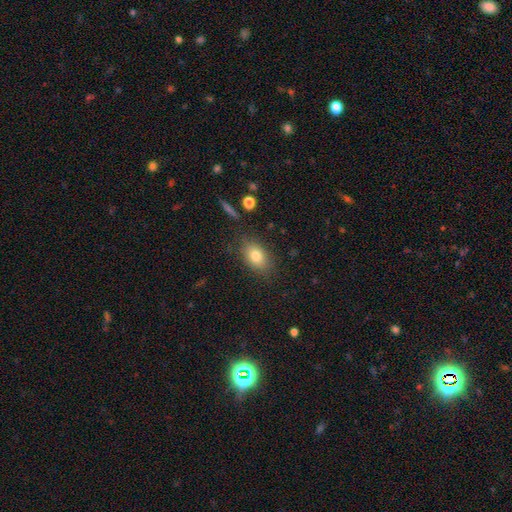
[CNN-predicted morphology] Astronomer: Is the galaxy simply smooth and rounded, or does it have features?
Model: smooth — 79%.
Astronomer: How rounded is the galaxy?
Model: in between — 82%.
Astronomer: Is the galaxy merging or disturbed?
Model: none — 82%.